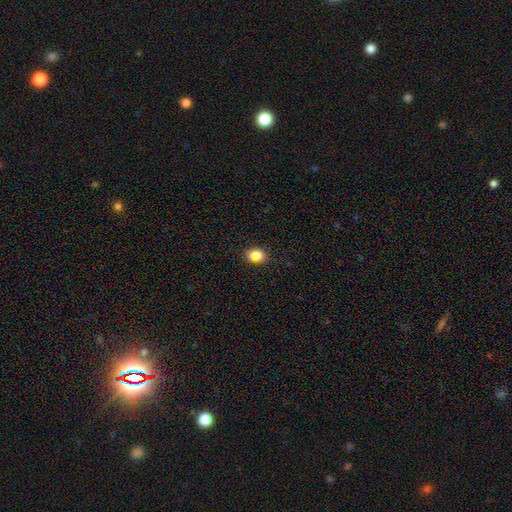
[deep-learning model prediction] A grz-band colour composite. It shows a smooth galaxy with no disk features (85%) that is in between round and cigar-shaped (59%). Merging: none (80%).